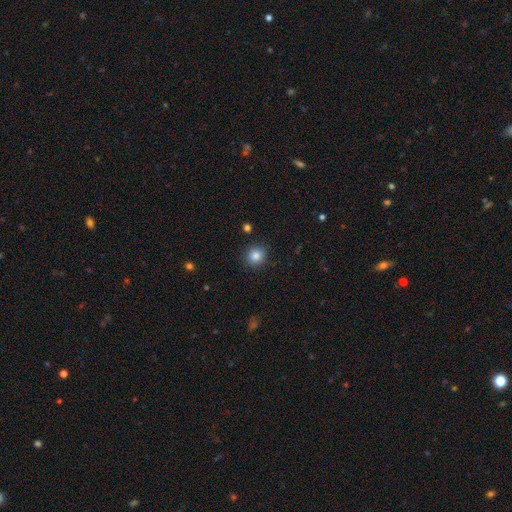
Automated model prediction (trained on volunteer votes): smooth 84%, star or artifact 10%, featured or disk 5%. Down the decision tree: how rounded — round (90%); merging — none (90%).